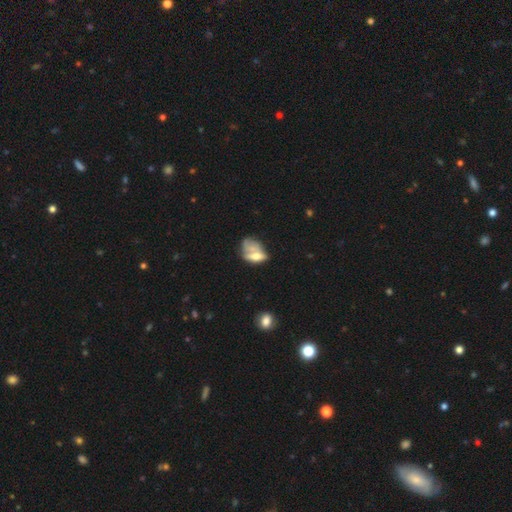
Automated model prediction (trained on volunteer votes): smooth_or_featured: smooth (p=0.48) [alt: featured or disk p=0.39]
merging: merger (p=0.34) [alt: none p=0.25]